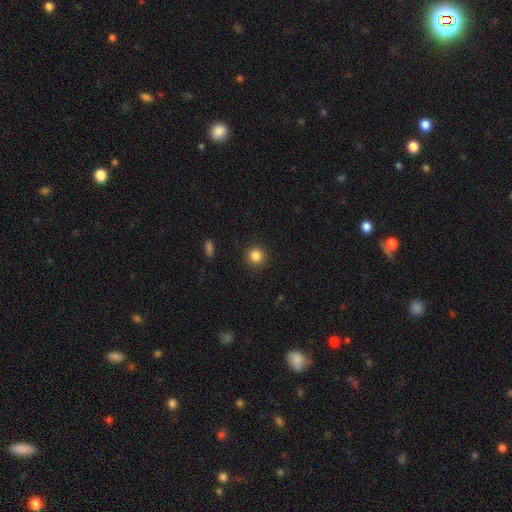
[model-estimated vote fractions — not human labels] Smooth or featured?
  - smooth: 85% *
  - star or artifact: 11%
  - featured or disk: 4%
How rounded?
  - round: 93% *
  - in between: 6%
  - cigar-shaped: 1%
Merging?
  - none: 91% *
  - minor disturbance: 5%
  - major disturbance: 2%
  - merger: 1%